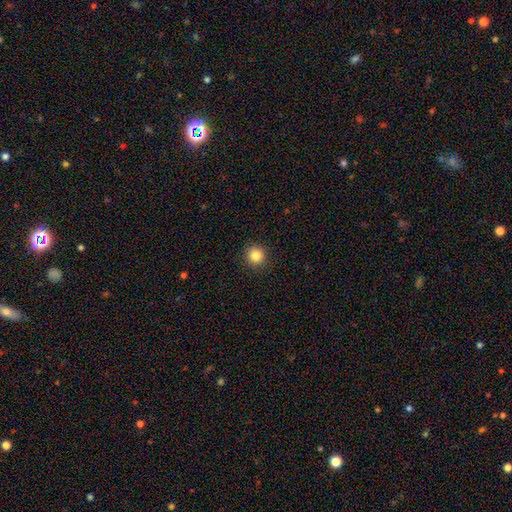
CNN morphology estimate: type=smooth (84%); roundness=round (95%); merging=none (92%).